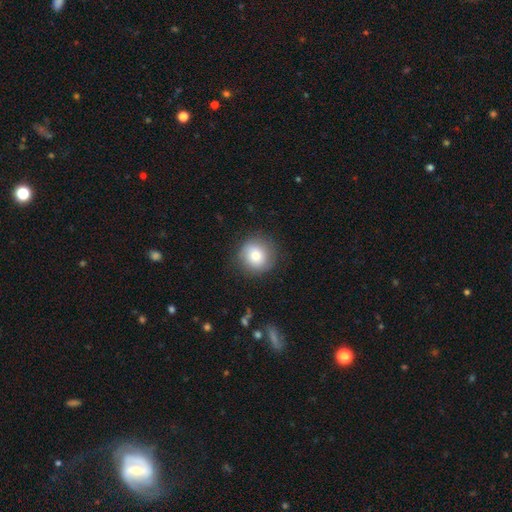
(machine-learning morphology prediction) Q: Smooth or featured?
A: smooth (73%); runner-up: featured or disk (17%)
Q: How rounded?
A: round (92%); runner-up: in between (7%)
Q: Merging?
A: none (83%); runner-up: minor disturbance (11%)